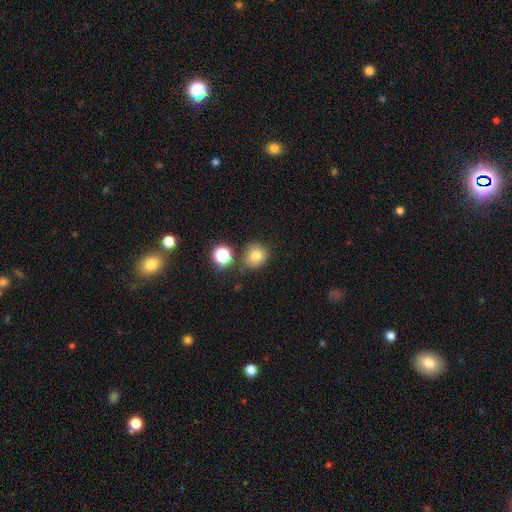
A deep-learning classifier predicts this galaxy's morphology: This appears to be a smooth galaxy with no disk features (76%) that is round (85%). Merging: none (72%).